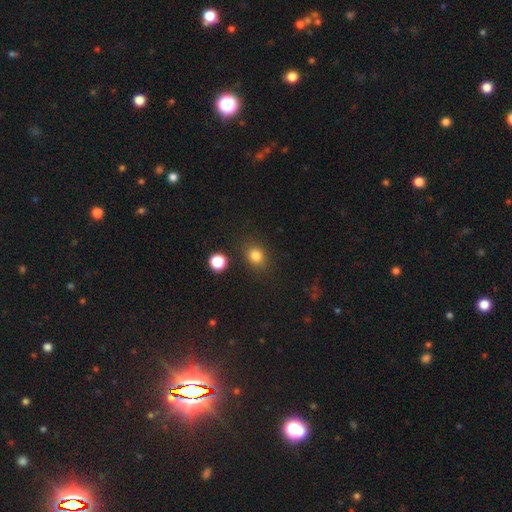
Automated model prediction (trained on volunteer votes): Smooth or featured?
  - smooth: 82% *
  - star or artifact: 13%
  - featured or disk: 6%
How rounded?
  - round: 59% *
  - in between: 39%
  - cigar-shaped: 1%
Merging?
  - none: 81% *
  - minor disturbance: 11%
  - merger: 4%
  - major disturbance: 4%